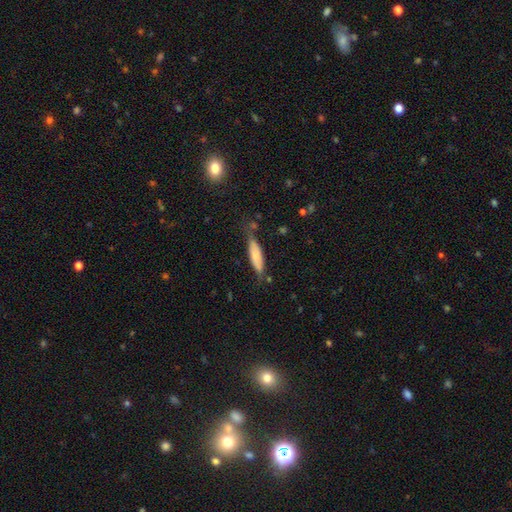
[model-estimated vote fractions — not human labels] The model was most divided on "how rounded": cigar-shaped: 60%, in between: 39%, round: 2%. More confident: smooth or featured — smooth (70%); merging — none (61%).